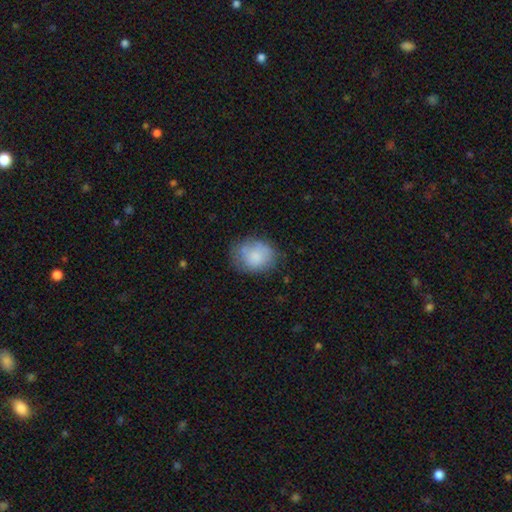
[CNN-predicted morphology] Smooth or featured: smooth — 77% (featured or disk — 16%)
How rounded: round — 52% (in between — 47%)
Merging: none — 60% (minor disturbance — 26%)